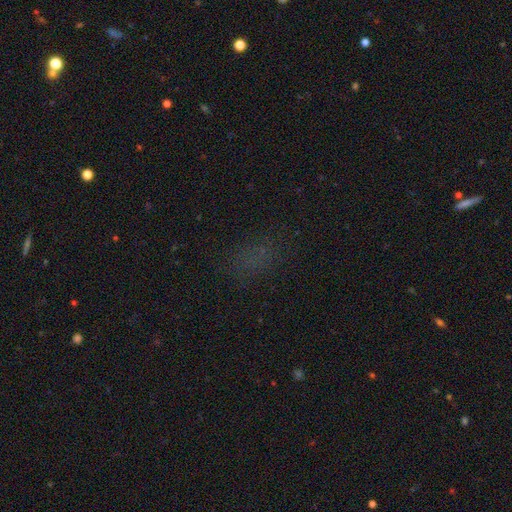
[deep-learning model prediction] Morphology: type=smooth (49%); merging=none (77%).